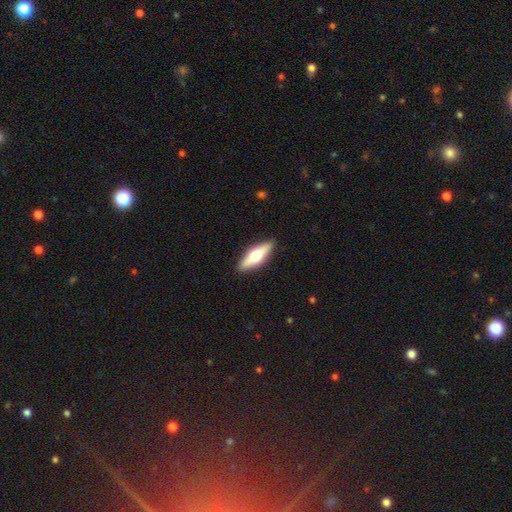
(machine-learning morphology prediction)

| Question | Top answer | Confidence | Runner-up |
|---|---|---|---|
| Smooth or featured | smooth | 47% | tied: featured or disk (47%) |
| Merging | none | 90% | minor disturbance (8%) |